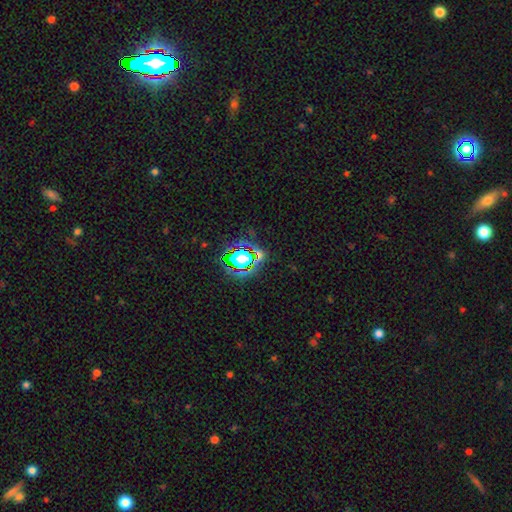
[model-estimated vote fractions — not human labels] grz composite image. It shows a star or artifact, not a galaxy (58%).